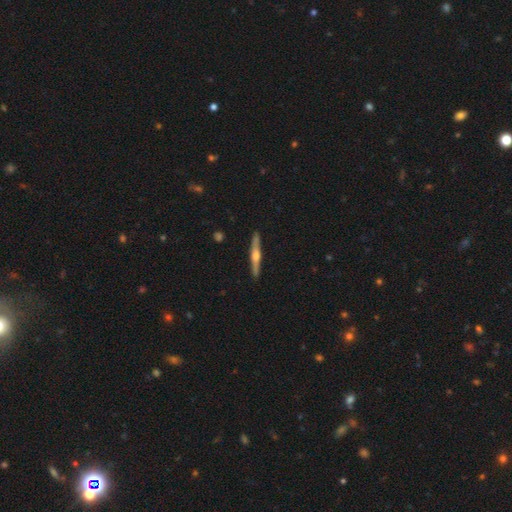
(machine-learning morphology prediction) type=featured or disk (68%); edge-on=yes (97%); edge-on bulge=rounded (88%); merging=none (91%).